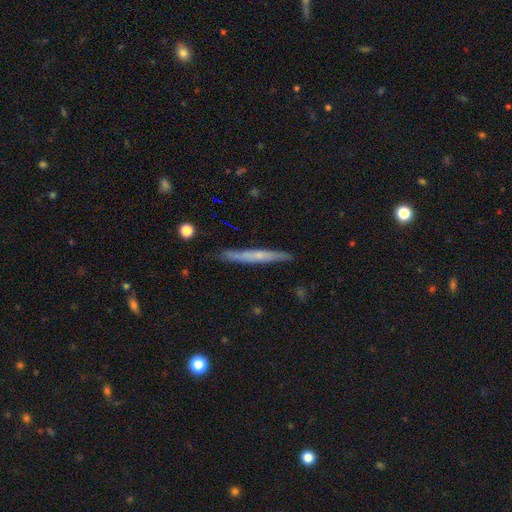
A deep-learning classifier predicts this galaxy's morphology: Smooth or featured: featured or disk — 52% (smooth — 42%)
Edge-on disk: yes — 94% (no — 6%)
Merging: none — 87% (minor disturbance — 10%)